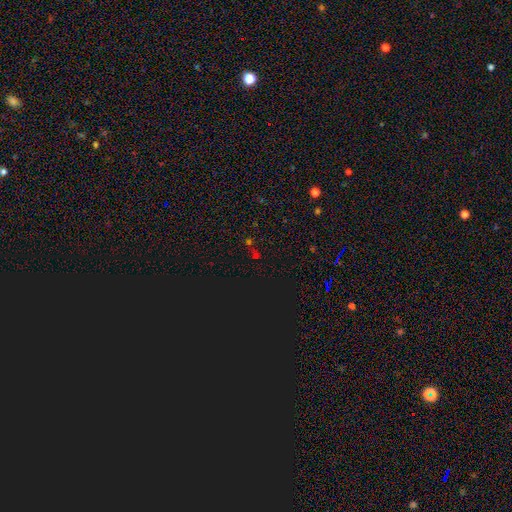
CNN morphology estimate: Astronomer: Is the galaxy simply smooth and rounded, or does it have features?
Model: star or artifact — 64%.